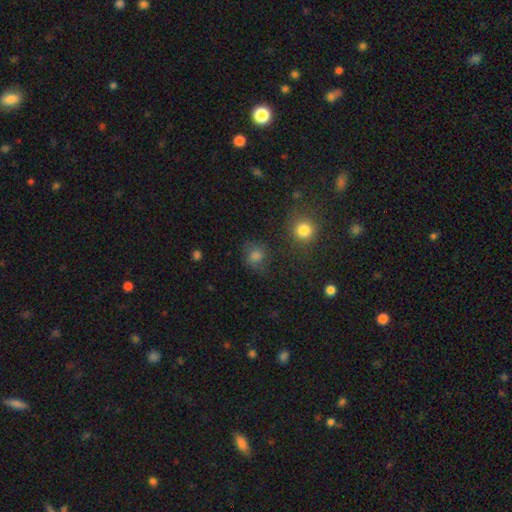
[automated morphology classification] smooth-or-featured: smooth: 69% | star or artifact: 21% | featured or disk: 10%
  how-rounded: round: 79% | in between: 19% | cigar-shaped: 1%
  merging: none: 71% | minor disturbance: 16% | major disturbance: 8% | merger: 5%